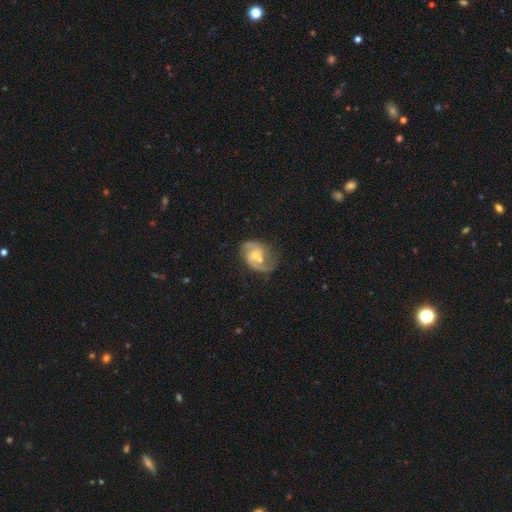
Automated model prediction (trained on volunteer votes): Morphology: type=featured or disk (80%); edge-on=no (98%); bar=no (55%); spiral arms=yes (92%); winding=medium (51%); arm count=2 (85%); bulge=moderate (54%); merging=none (54%).